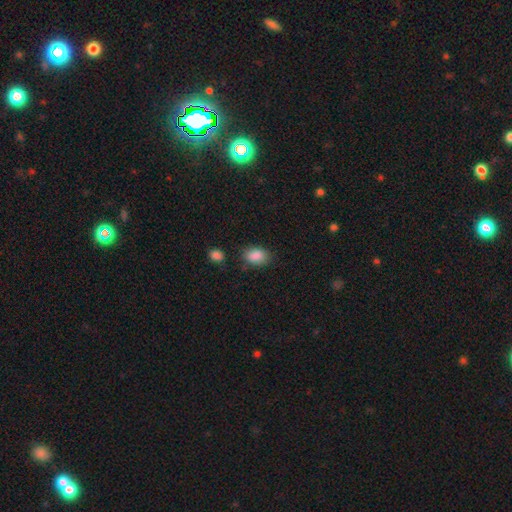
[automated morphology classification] A smooth galaxy with no disk features (88%) that is in between round and cigar-shaped (82%). Merging: none (75%).